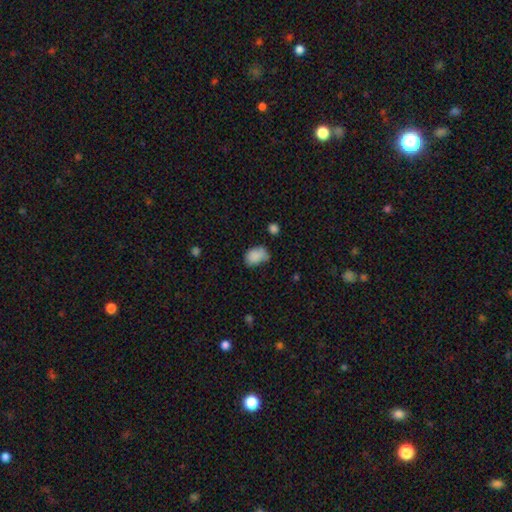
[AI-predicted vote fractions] The model was most divided on "merging": none: 49%, minor disturbance: 36%, major disturbance: 10%, merger: 5%. More confident: smooth or featured — smooth (84%); how rounded — in between (77%).